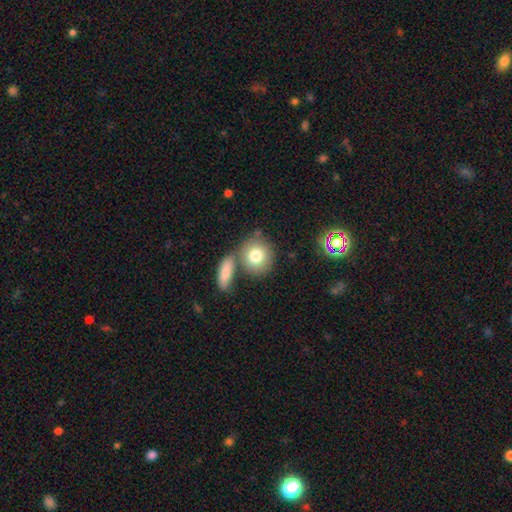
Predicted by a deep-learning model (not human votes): Smooth or featured?
  - smooth: 78% *
  - featured or disk: 14%
  - star or artifact: 8%
How rounded?
  - round: 82% *
  - in between: 17%
  - cigar-shaped: 2%
Merging?
  - none: 59% *
  - merger: 26%
  - minor disturbance: 11%
  - major disturbance: 4%